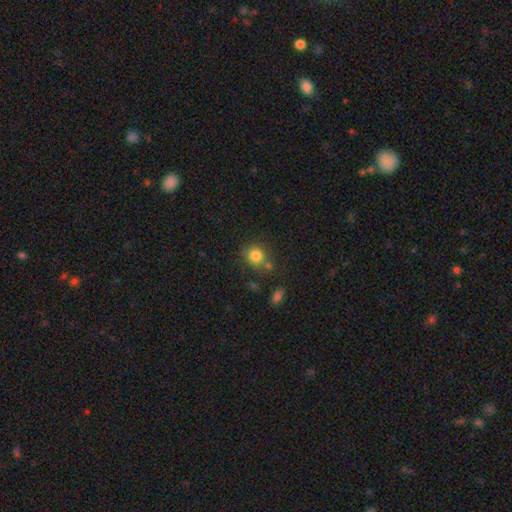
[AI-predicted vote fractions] Smooth or featured: smooth — 82% (star or artifact — 11%)
How rounded: round — 85% (in between — 14%)
Merging: none — 68% (merger — 14%)